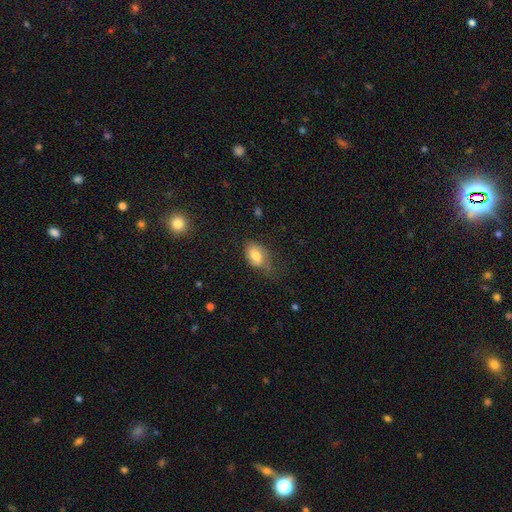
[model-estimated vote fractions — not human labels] Smooth or featured?
  - smooth: 76% *
  - featured or disk: 16%
  - star or artifact: 8%
How rounded?
  - in between: 89% *
  - round: 9%
  - cigar-shaped: 2%
Merging?
  - none: 46% *
  - minor disturbance: 34%
  - major disturbance: 18%
  - merger: 2%